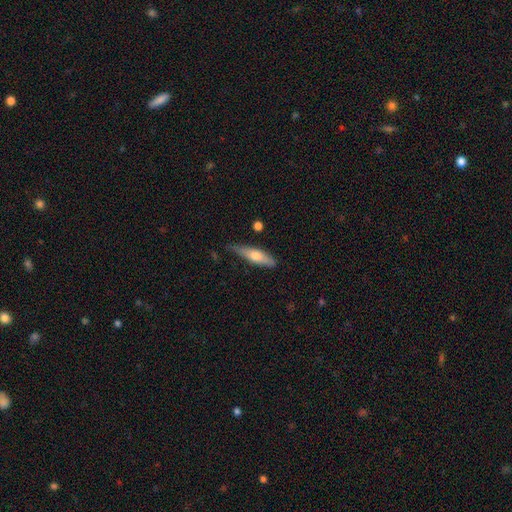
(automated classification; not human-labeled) Smooth or featured: smooth — 54% (featured or disk — 40%)
How rounded: cigar-shaped — 74% (in between — 24%)
Merging: none — 68% (minor disturbance — 25%)